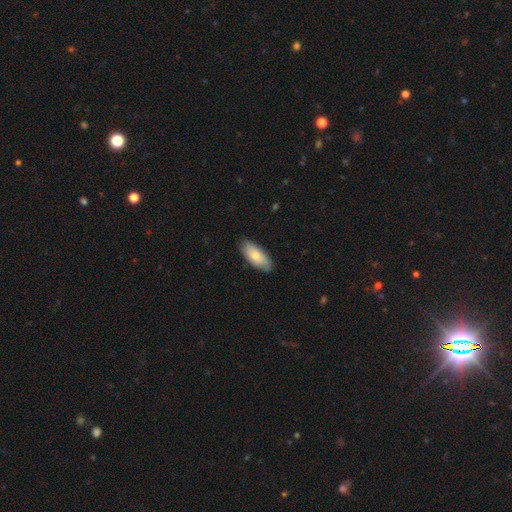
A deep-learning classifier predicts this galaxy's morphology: Smooth or featured? smooth (76%)
How rounded? in between (84%)
Merging? none (83%)